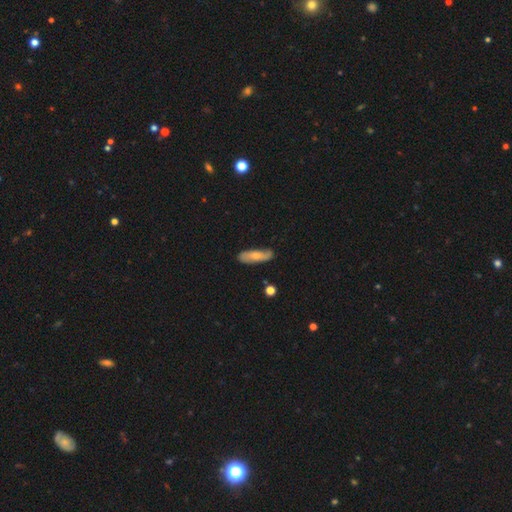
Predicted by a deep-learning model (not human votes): A smooth galaxy with no disk features (64%) that is cigar-shaped (51%).

Vote fractions:
- Smooth or featured? smooth: 64% / featured or disk: 30% / star or artifact: 6%
- How rounded? cigar-shaped: 51% / in between: 47% / round: 2%
- Merging? none: 79% / minor disturbance: 16% / major disturbance: 3% / merger: 2%